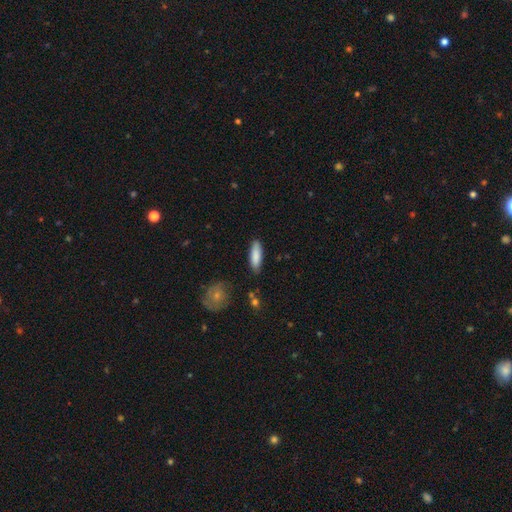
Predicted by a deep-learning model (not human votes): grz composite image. It shows a smooth galaxy with no disk features (86%) that is cigar-shaped (50%). Merging: none (86%).